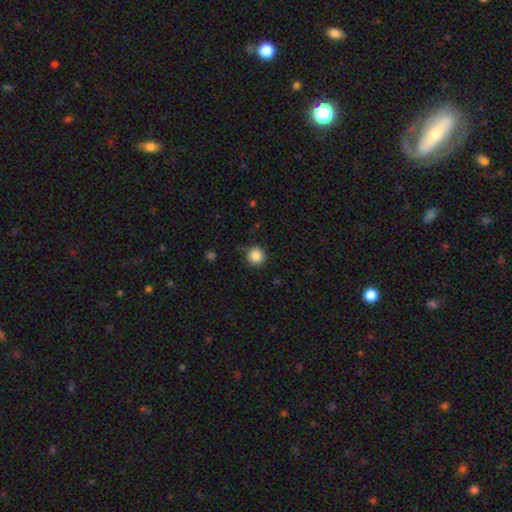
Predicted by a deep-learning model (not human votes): This appears to be a smooth galaxy with no disk features (86%) that is round (93%). Merging: none (83%).